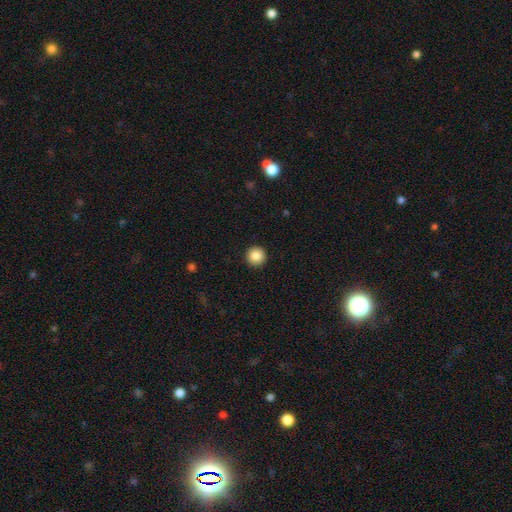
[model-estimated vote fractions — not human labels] Q: Smooth or featured?
A: smooth (87%); runner-up: star or artifact (9%)
Q: How rounded?
A: round (96%); runner-up: in between (3%)
Q: Merging?
A: none (93%); runner-up: minor disturbance (4%)